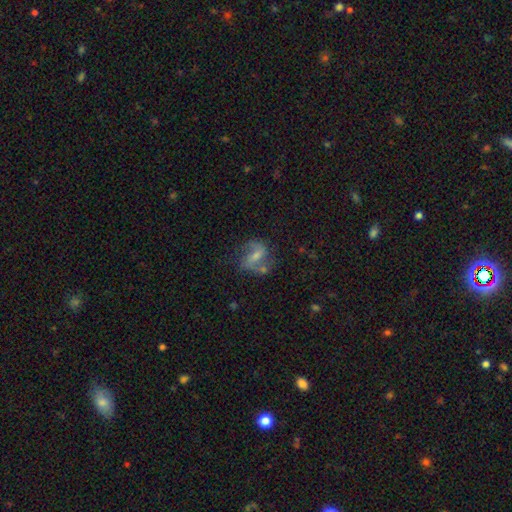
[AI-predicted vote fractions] featured or disk 68%, smooth 23%, star or artifact 9%. Down the decision tree: edge-on disk — no (96%); bar — weak (45%); spiral arms — yes (87%); spiral arm count — 2 (87%); spiral winding — loose (51%); bulge size — small (45%); merging — none (54%).